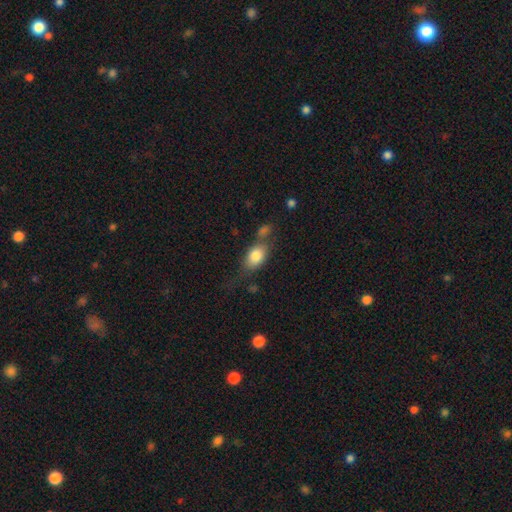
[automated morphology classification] A smooth galaxy with no disk features (78%) that is in between round and cigar-shaped (80%).

Vote fractions:
- Smooth or featured? smooth: 78% / featured or disk: 14% / star or artifact: 7%
- How rounded? in between: 80% / round: 16% / cigar-shaped: 4%
- Merging? none: 47% / minor disturbance: 22% / merger: 18% / major disturbance: 13%